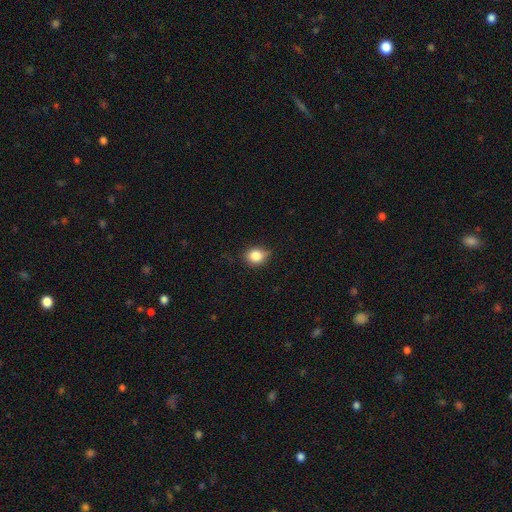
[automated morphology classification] Smooth or featured? smooth (83%)
How rounded? round (60%)
Merging? none (69%)